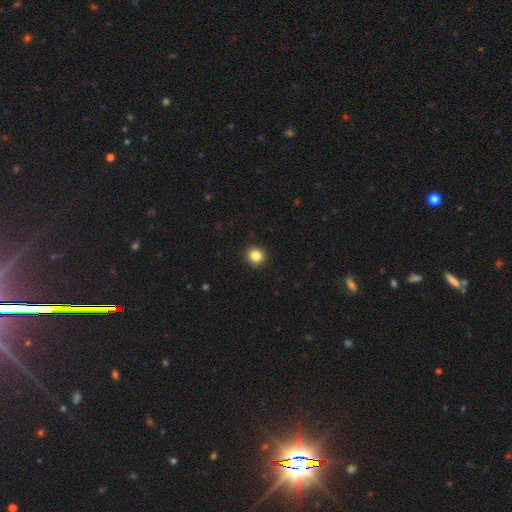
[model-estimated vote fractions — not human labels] The model was most divided on "smooth or featured": smooth: 85%, star or artifact: 10%, featured or disk: 5%. More confident: merging — none (92%); how rounded — round (92%).